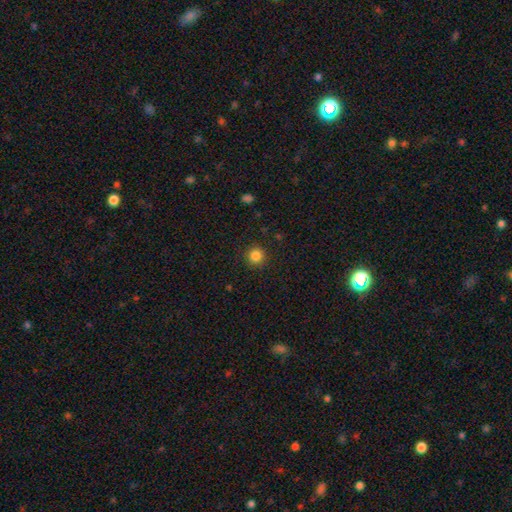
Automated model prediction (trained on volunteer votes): Smooth or featured? Predicted: smooth (p=0.85). How rounded? Predicted: round (p=0.94). Merging? Predicted: none (p=0.92).